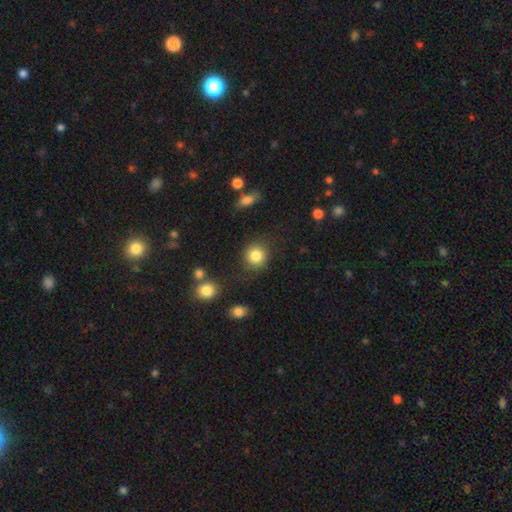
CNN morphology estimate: Smooth or featured? Predicted: smooth (p=0.84). How rounded? Predicted: round (p=0.89). Merging? Predicted: none (p=0.82).